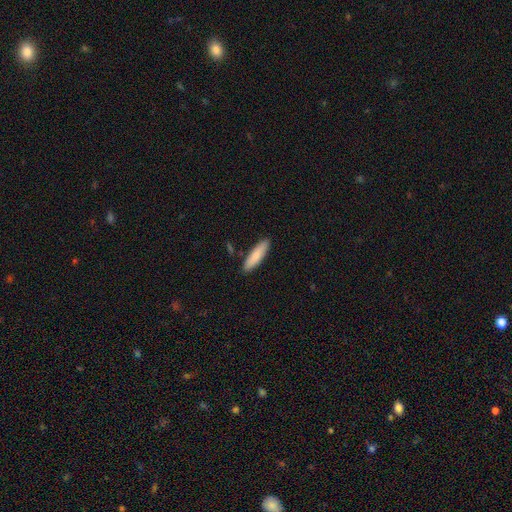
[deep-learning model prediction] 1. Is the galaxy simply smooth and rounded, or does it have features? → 83% smooth, 12% featured or disk, 5% star or artifact.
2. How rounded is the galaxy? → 67% cigar-shaped, 32% in between, 1% round.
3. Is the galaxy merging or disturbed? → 87% none, 9% minor disturbance, 2% merger, 2% major disturbance.